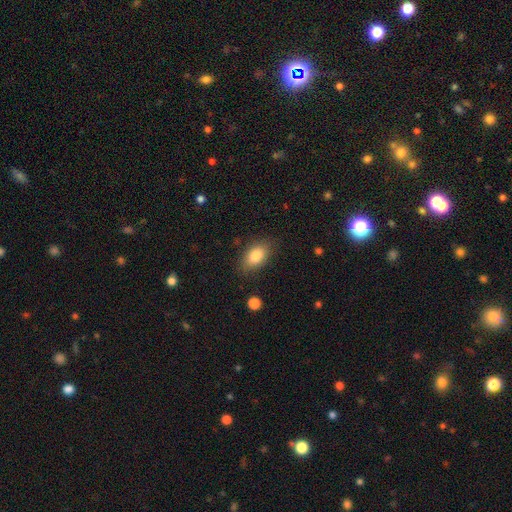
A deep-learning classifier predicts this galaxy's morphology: The model was most divided on "merging": none: 81%, minor disturbance: 14%, major disturbance: 4%, merger: 2%. More confident: how rounded — in between (89%); smooth or featured — smooth (83%).